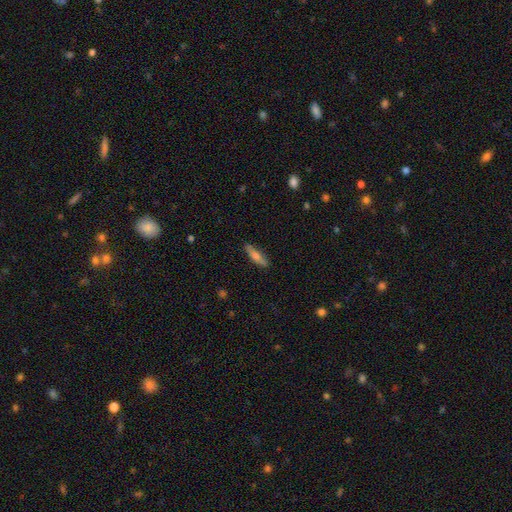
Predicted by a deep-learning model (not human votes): Morphology: type=smooth (59%); roundness=cigar-shaped (77%); merging=none (87%).